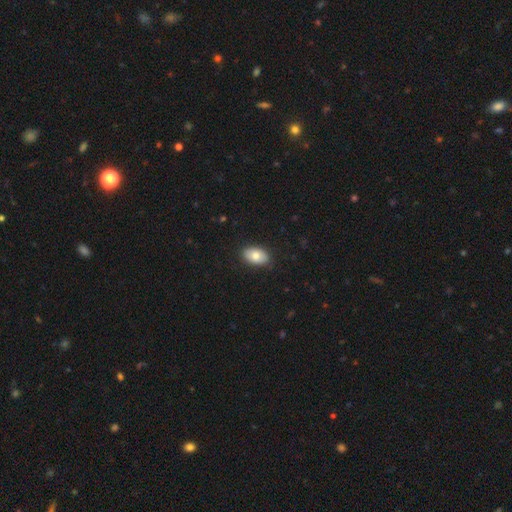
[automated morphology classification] Smooth or featured: smooth — 78% (featured or disk — 15%)
How rounded: in between — 90% (round — 8%)
Merging: none — 87% (minor disturbance — 10%)